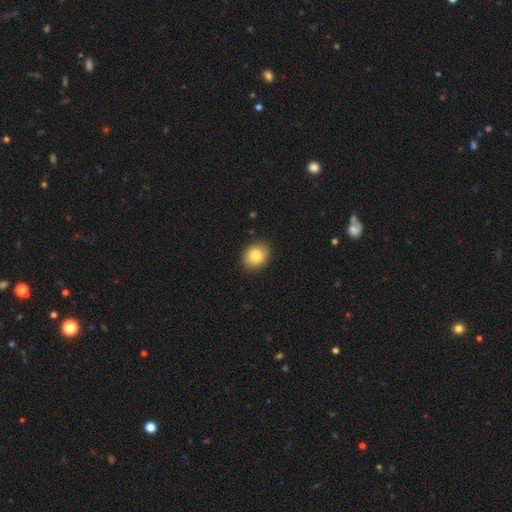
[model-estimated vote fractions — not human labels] smooth_or_featured: smooth (p=0.83) [alt: star or artifact p=0.08]
how_rounded: round (p=0.62) [alt: in between p=0.37]
merging: none (p=0.89) [alt: minor disturbance p=0.08]